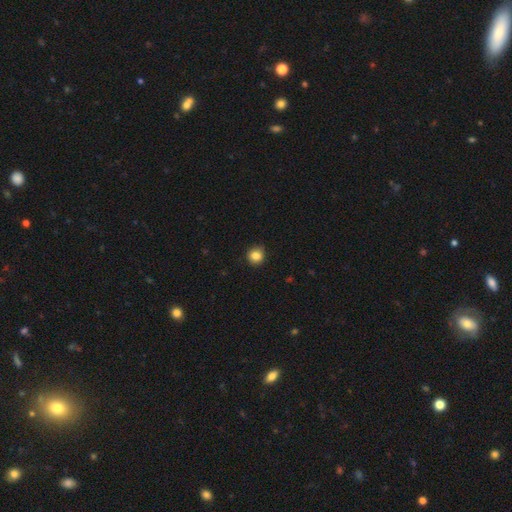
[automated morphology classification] smooth-or-featured: smooth: 85% | star or artifact: 11% | featured or disk: 5%
  how-rounded: round: 89% | in between: 10% | cigar-shaped: 1%
  merging: none: 86% | minor disturbance: 11% | major disturbance: 2% | merger: 1%